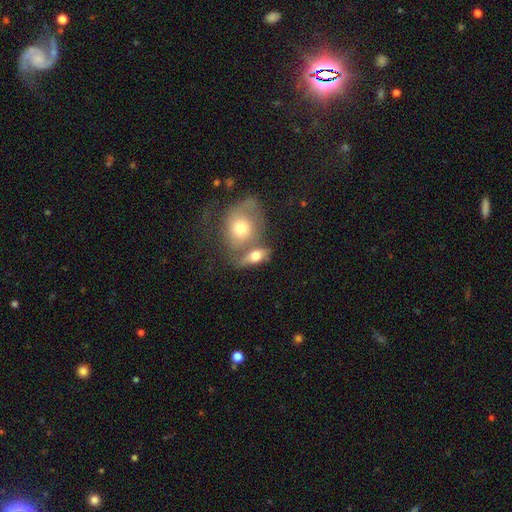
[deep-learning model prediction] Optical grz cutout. It shows a smooth galaxy with no disk features (62%) that is in between round and cigar-shaped (73%). Merging: merger (48%).